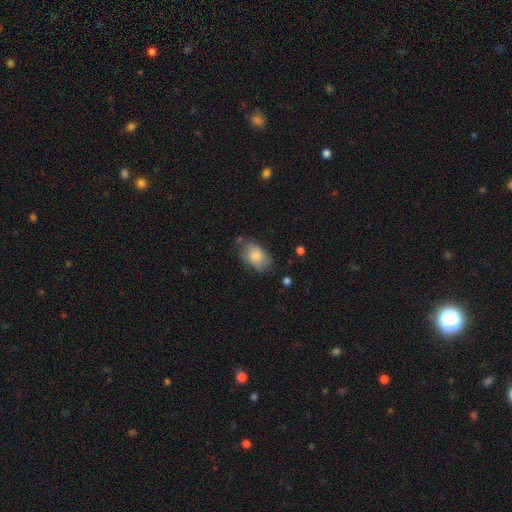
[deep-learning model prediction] Morphology: type=smooth (79%); roundness=in between (88%); merging=none (63%).